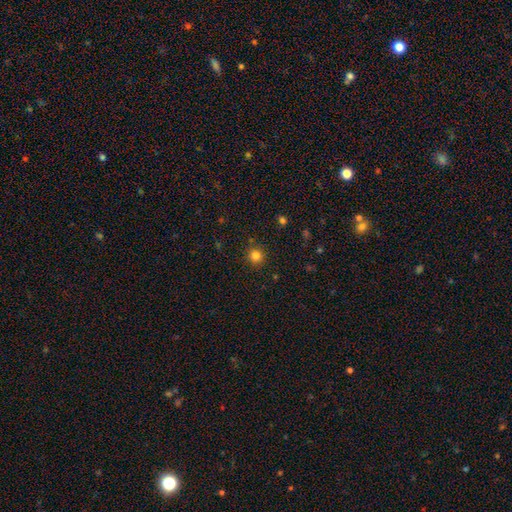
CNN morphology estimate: A smooth galaxy with no disk features (82%) that is round (93%). Merging: none (90%).